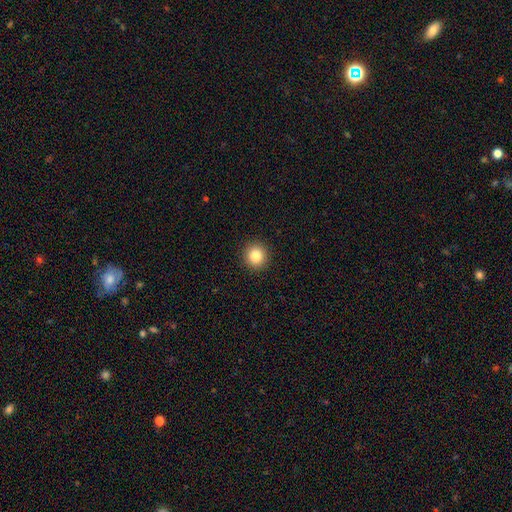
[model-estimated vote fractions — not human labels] Smooth or featured? smooth (84%)
How rounded? round (93%)
Merging? none (92%)